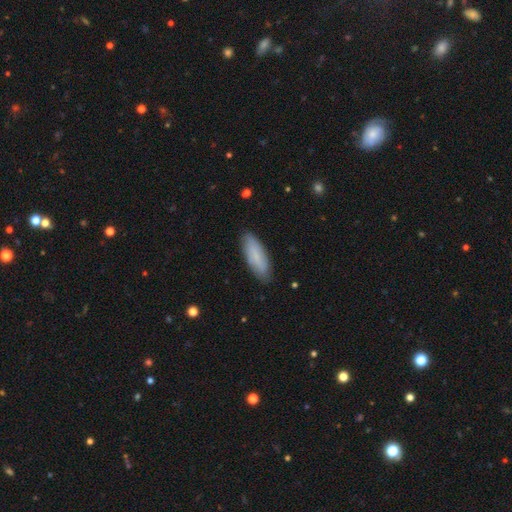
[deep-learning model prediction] smooth-or-featured: smooth: 71% | featured or disk: 22% | star or artifact: 7%
  how-rounded: in between: 57% | cigar-shaped: 42% | round: 2%
  merging: none: 86% | minor disturbance: 11% | major disturbance: 2% | merger: 1%